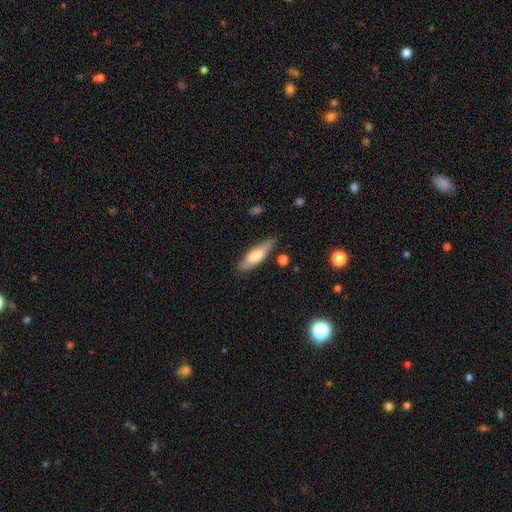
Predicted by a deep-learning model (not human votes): A smooth galaxy with no disk features (68%) that is cigar-shaped (54%).

Vote fractions:
- Smooth or featured? smooth: 68% / featured or disk: 26% / star or artifact: 6%
- How rounded? cigar-shaped: 54% / in between: 44% / round: 2%
- Merging? none: 81% / minor disturbance: 14% / major disturbance: 3% / merger: 2%